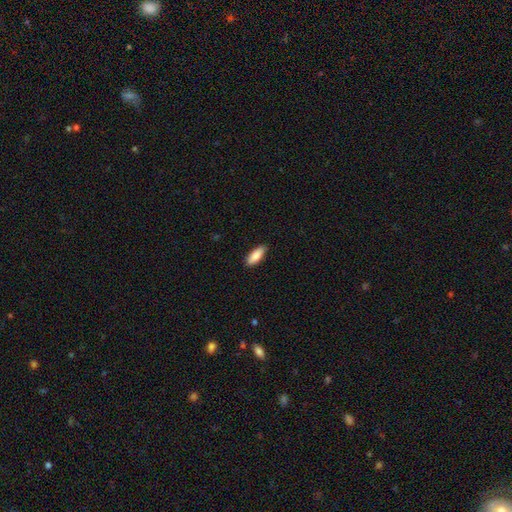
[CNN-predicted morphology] Q: Smooth or featured?
A: smooth (87%); runner-up: featured or disk (8%)
Q: How rounded?
A: in between (68%); runner-up: cigar-shaped (31%)
Q: Merging?
A: none (87%); runner-up: minor disturbance (10%)